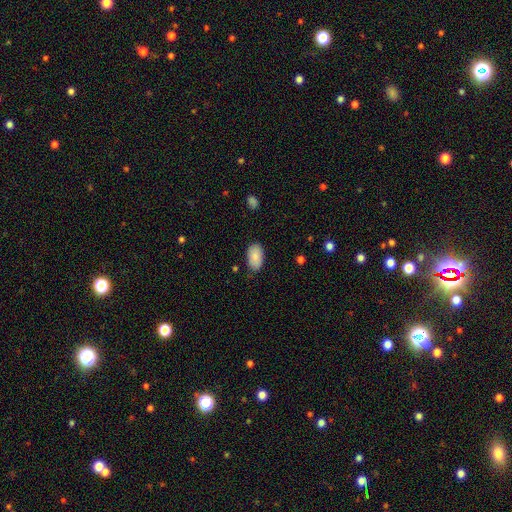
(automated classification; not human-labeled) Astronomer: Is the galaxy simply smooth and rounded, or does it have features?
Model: smooth — 87%.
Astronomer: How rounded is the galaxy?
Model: in between — 94%.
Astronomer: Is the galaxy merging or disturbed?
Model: none — 82%.